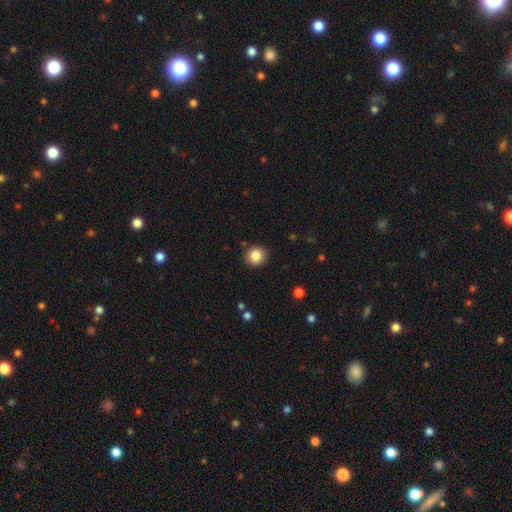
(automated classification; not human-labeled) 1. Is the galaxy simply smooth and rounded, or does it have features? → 86% smooth, 9% star or artifact, 5% featured or disk.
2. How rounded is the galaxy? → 91% round, 8% in between, 1% cigar-shaped.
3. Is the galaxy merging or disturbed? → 91% none, 6% minor disturbance, 2% major disturbance, 1% merger.